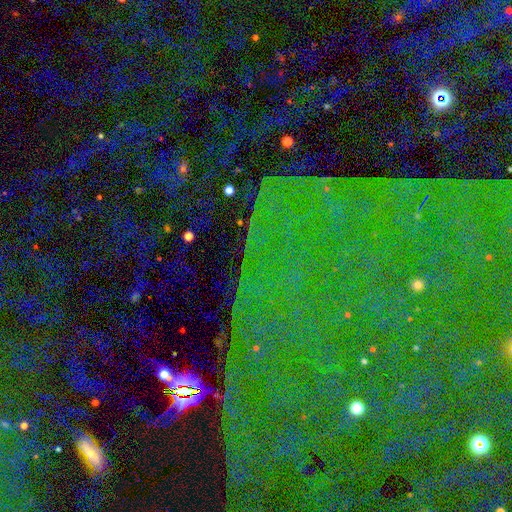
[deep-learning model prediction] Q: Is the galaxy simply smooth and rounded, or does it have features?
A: star or artifact — 85%.